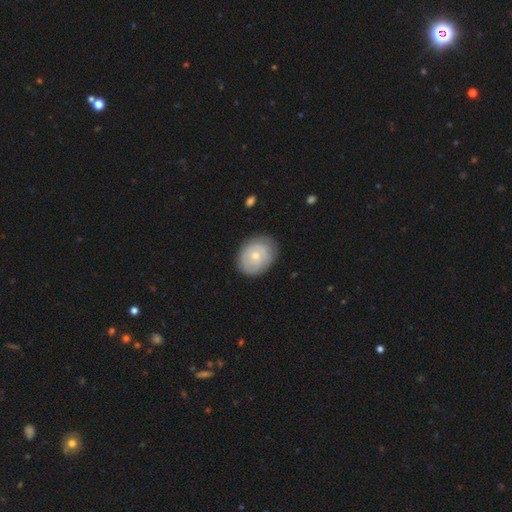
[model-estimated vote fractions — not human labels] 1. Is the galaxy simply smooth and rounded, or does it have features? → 47% smooth (tied), 47% featured or disk (tied), 6% star or artifact.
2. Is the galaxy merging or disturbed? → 77% none, 17% minor disturbance, 5% major disturbance, 1% merger.